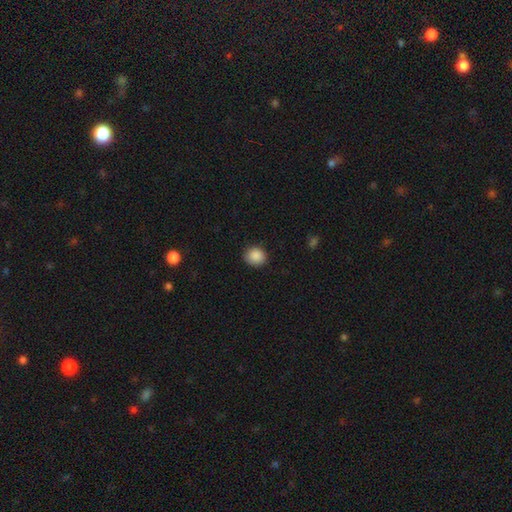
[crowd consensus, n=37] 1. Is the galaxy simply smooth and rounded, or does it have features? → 95% smooth, 5% star or artifact, 0% featured or disk.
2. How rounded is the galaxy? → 89% round, 11% in between, 0% cigar-shaped.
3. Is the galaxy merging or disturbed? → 94% none, 3% minor disturbance, 3% major disturbance, 0% merger.